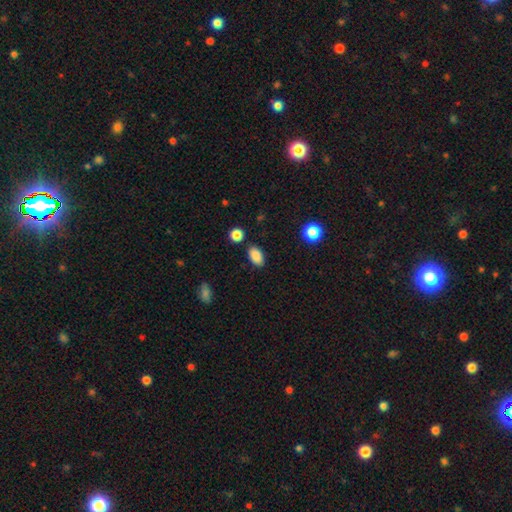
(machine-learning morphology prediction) smooth-or-featured: smooth: 88% | star or artifact: 8% | featured or disk: 4%
  how-rounded: in between: 90% | round: 8% | cigar-shaped: 2%
  merging: none: 84% | minor disturbance: 10% | merger: 3% | major disturbance: 2%